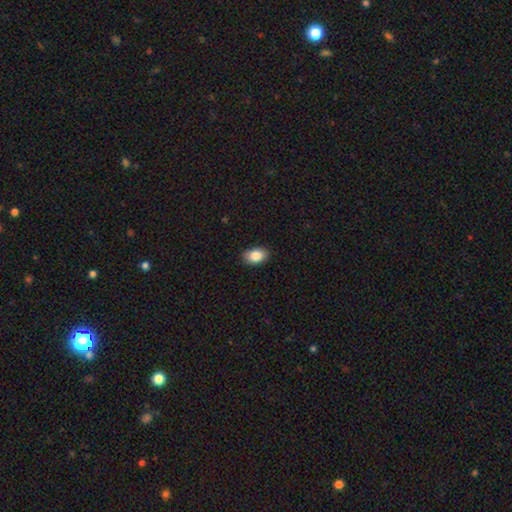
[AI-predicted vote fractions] A smooth galaxy with no disk features (86%) that is in between round and cigar-shaped (86%). Merging: none (87%).